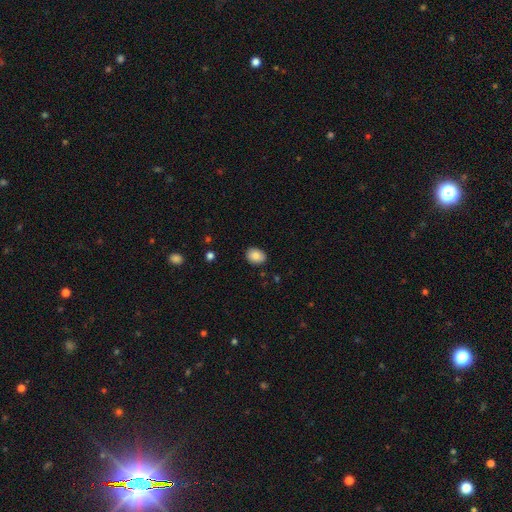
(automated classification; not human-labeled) Morphology: type=smooth (87%); roundness=in between (58%); merging=none (87%).